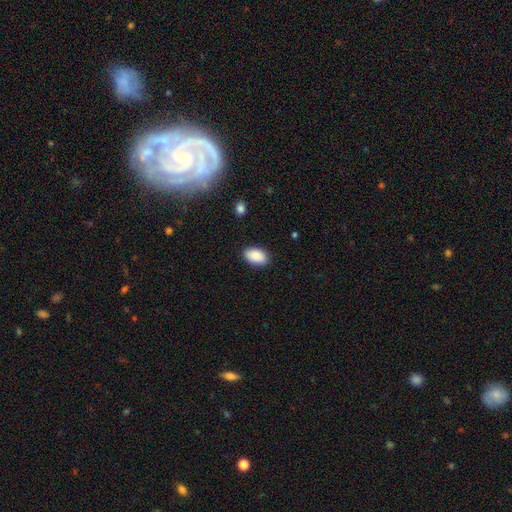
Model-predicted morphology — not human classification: This appears to be a smooth galaxy with no disk features (88%) that is in between round and cigar-shaped (93%). Merging: none (87%).